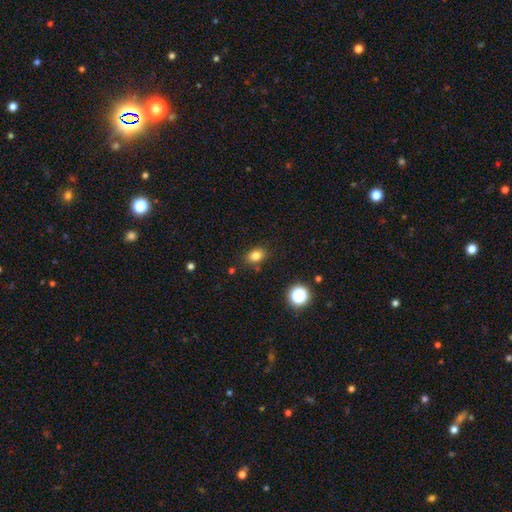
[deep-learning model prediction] This appears to be a smooth galaxy with no disk features (81%) that is in between round and cigar-shaped (69%). Merging: none (82%).